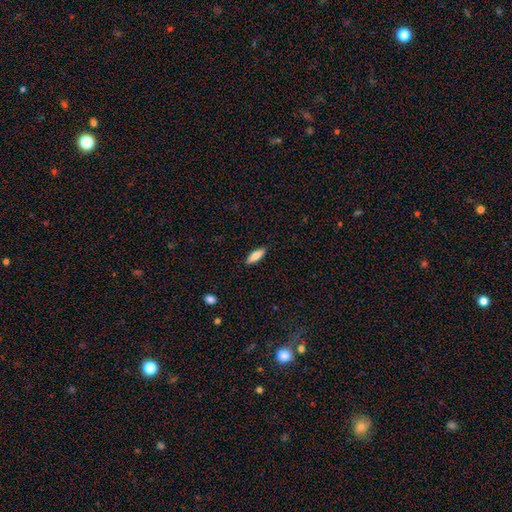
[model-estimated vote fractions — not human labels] Q: Smooth or featured?
A: smooth (81%); runner-up: featured or disk (13%)
Q: How rounded?
A: in between (58%); runner-up: cigar-shaped (40%)
Q: Merging?
A: none (89%); runner-up: minor disturbance (8%)